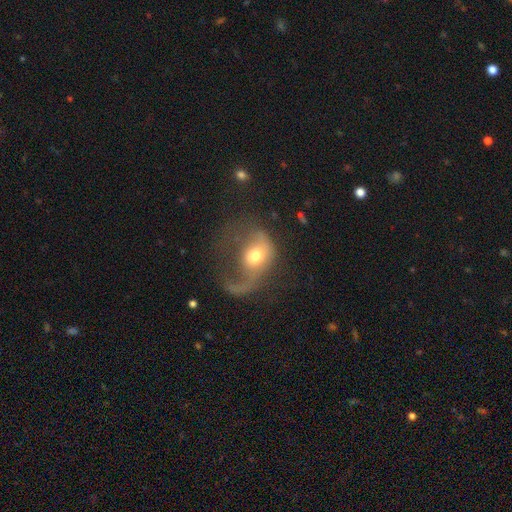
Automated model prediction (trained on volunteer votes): Smooth or featured?
  - featured or disk: 47% *
  - smooth: 45%
  - star or artifact: 8%
Merging?
  - major disturbance: 63% *
  - none: 19%
  - minor disturbance: 14%
  - merger: 4%